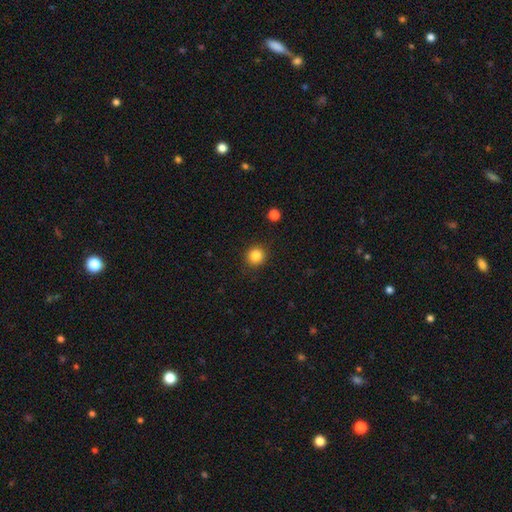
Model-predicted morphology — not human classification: Smooth or featured: smooth — 85% (star or artifact — 11%)
How rounded: round — 93% (in between — 6%)
Merging: none — 91% (minor disturbance — 6%)